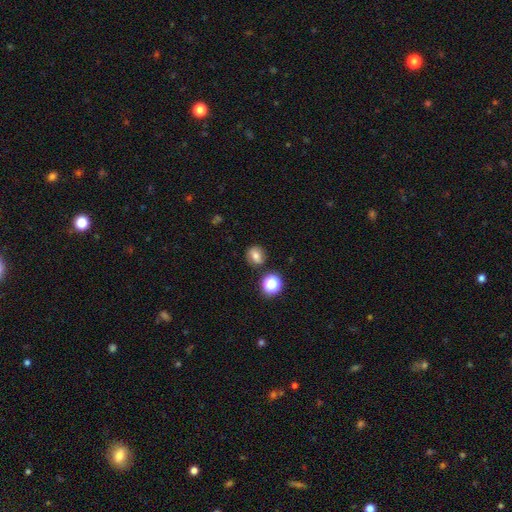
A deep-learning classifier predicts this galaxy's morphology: This is likely a smooth galaxy (65%). How rounded: likely round (77%). Merging: clearly none (81%).